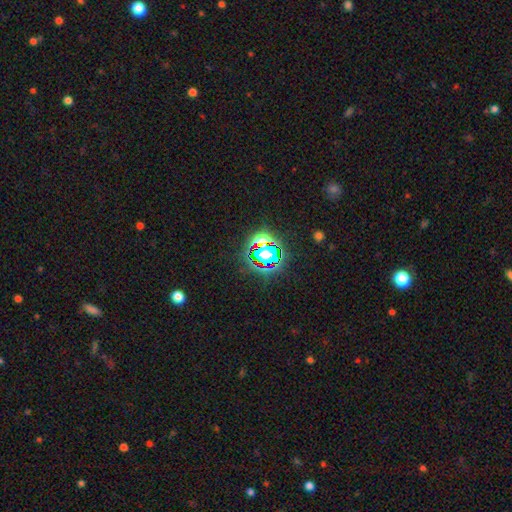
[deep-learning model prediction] Overall: star or artifact (81%).